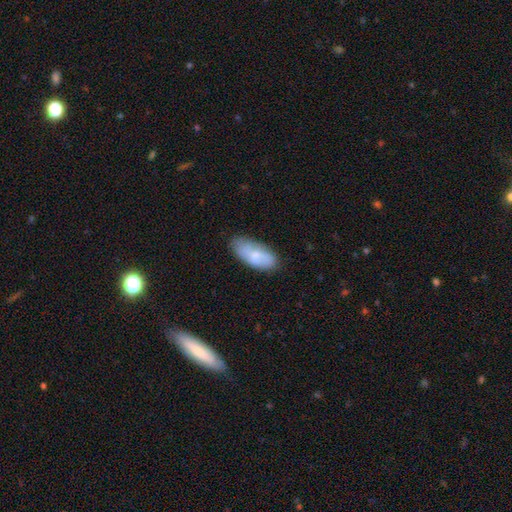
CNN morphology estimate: Smooth or featured? smooth (69%)
How rounded? in between (88%)
Merging? none (67%)